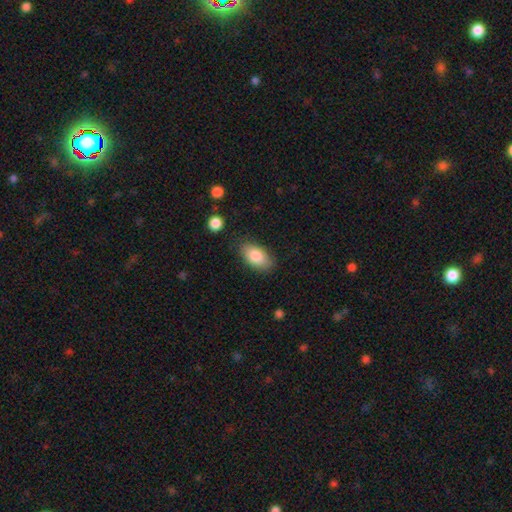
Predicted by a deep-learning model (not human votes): This is clearly a smooth galaxy (83%). How rounded: clearly in between (92%). Merging: clearly none (82%).